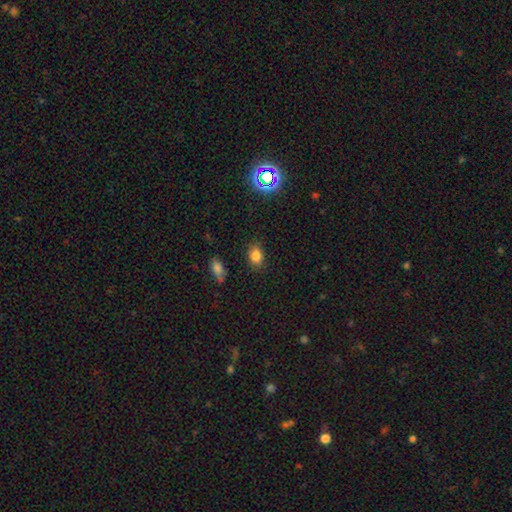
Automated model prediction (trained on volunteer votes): smooth-or-featured: smooth: 80% | star or artifact: 13% | featured or disk: 6%
  how-rounded: in between: 72% | round: 26% | cigar-shaped: 2%
  merging: none: 84% | minor disturbance: 12% | major disturbance: 3% | merger: 2%